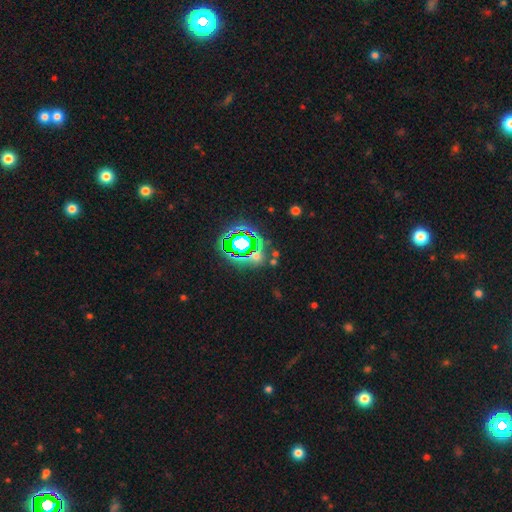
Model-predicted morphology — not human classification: A star or artifact, not a galaxy (66%).

Vote fractions:
- Smooth or featured? star or artifact: 66% / smooth: 22% / featured or disk: 12%